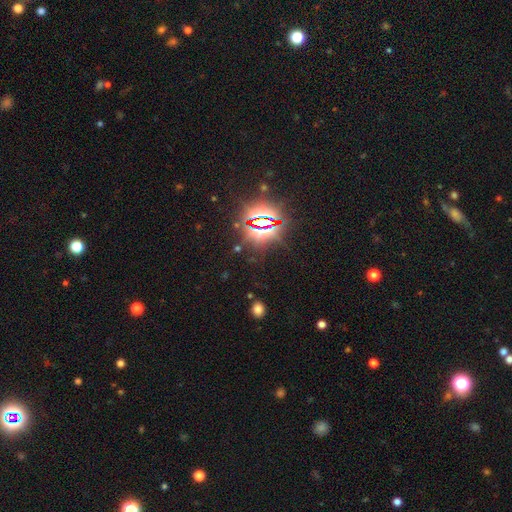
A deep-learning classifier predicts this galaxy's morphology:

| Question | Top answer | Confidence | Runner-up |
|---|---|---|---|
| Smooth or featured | star or artifact | 83% | smooth (9%) |